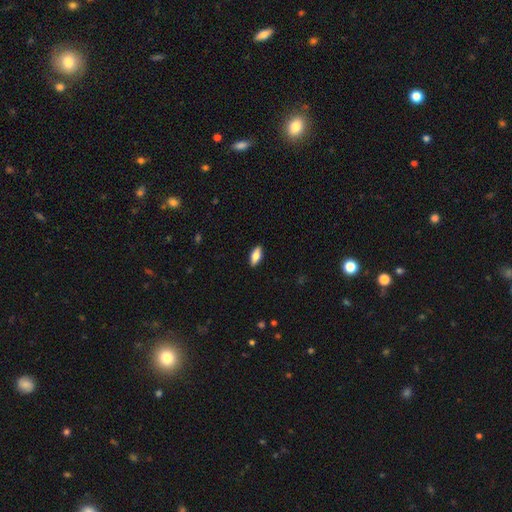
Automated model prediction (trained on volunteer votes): Smooth or featured? smooth (77%)
How rounded? in between (81%)
Merging? none (90%)